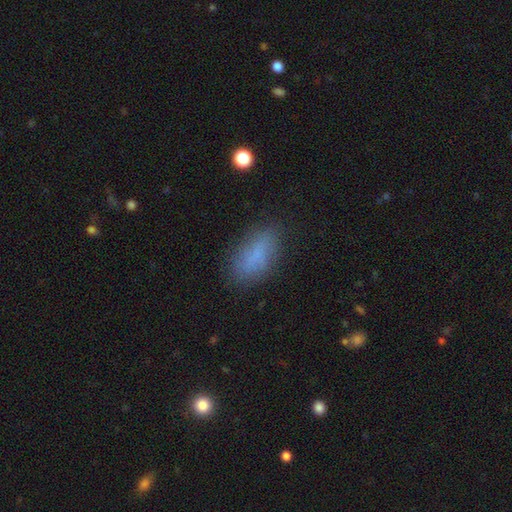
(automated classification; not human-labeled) A smooth galaxy with no disk features (77%) that is in between round and cigar-shaped (84%).

Vote fractions:
- Smooth or featured? smooth: 77% / featured or disk: 12% / star or artifact: 10%
- How rounded? in between: 84% / cigar-shaped: 12% / round: 4%
- Merging? none: 76% / minor disturbance: 16% / major disturbance: 5% / merger: 2%